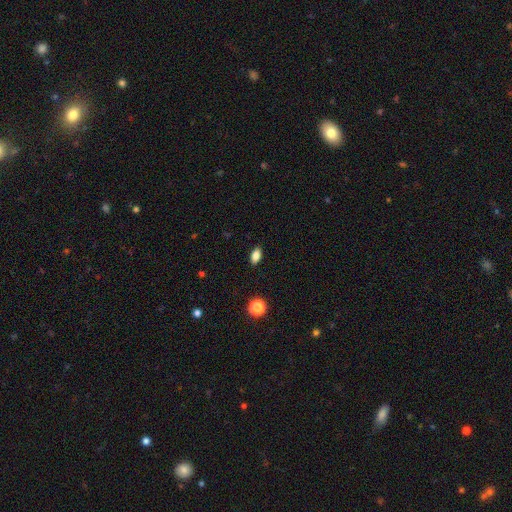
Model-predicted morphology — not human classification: The model was most divided on "smooth or featured": smooth: 82%, star or artifact: 10%, featured or disk: 8%. More confident: merging — none (89%); how rounded — in between (87%).